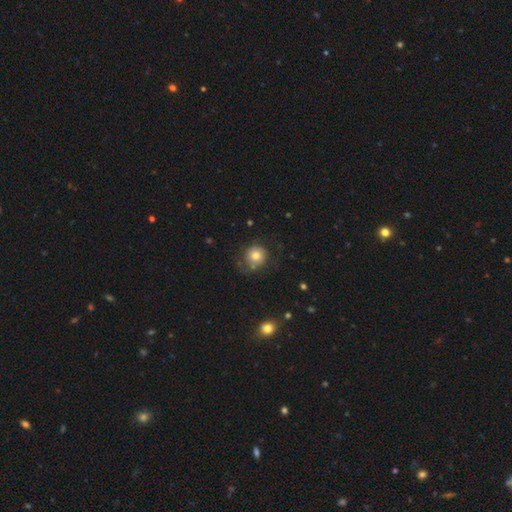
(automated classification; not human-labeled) This appears to be a smooth galaxy with no disk features (68%) that is round (83%). Merging: none (56%).